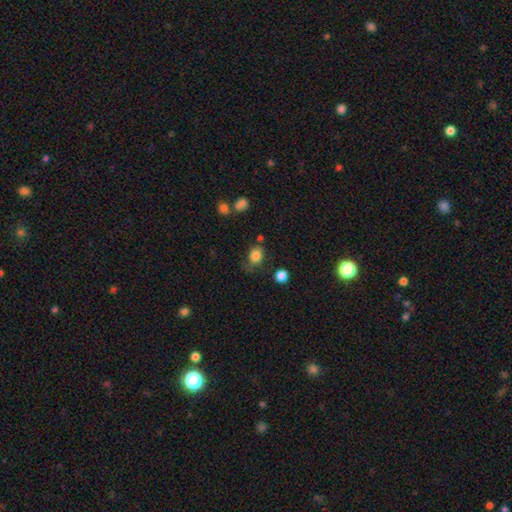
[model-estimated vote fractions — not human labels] Smooth or featured: smooth — 82% (star or artifact — 11%)
How rounded: in between — 52% (round — 47%)
Merging: none — 61% (minor disturbance — 26%)